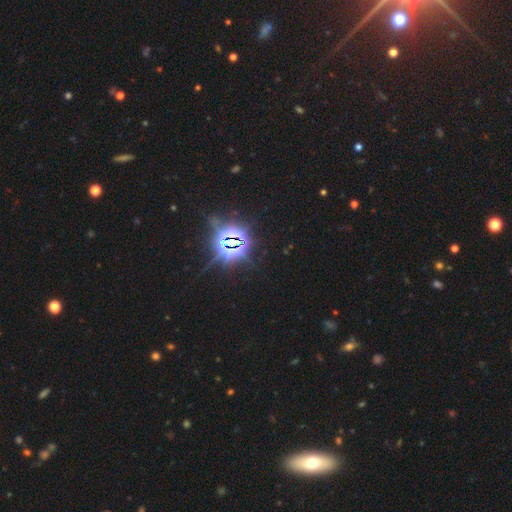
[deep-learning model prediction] smooth-or-featured: star or artifact: 76% | smooth: 14% | featured or disk: 10%